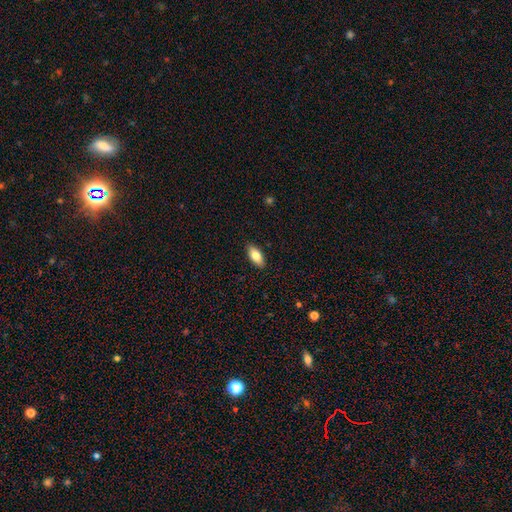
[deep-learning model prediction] Q: Smooth or featured?
A: smooth (79%); runner-up: featured or disk (14%)
Q: How rounded?
A: in between (86%); runner-up: cigar-shaped (12%)
Q: Merging?
A: none (89%); runner-up: minor disturbance (8%)